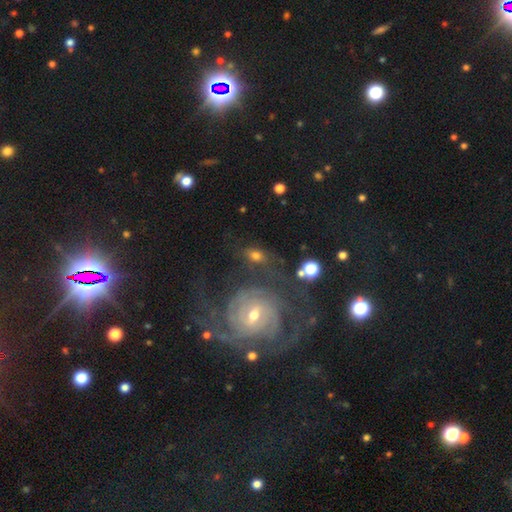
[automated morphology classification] Smooth or featured?
  - featured or disk: 44% *
  - smooth: 42%
  - star or artifact: 15%
Merging?
  - none: 61% *
  - minor disturbance: 17%
  - major disturbance: 13%
  - merger: 8%